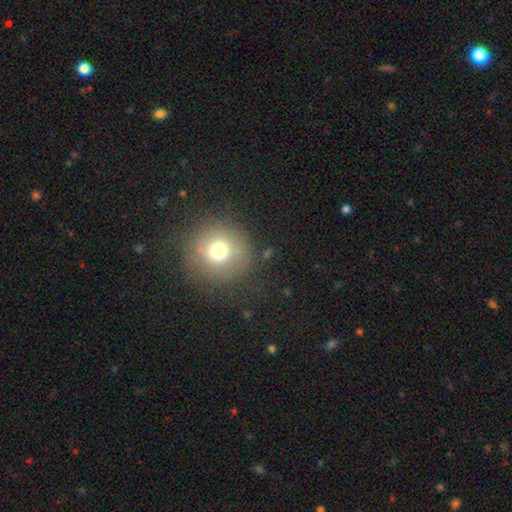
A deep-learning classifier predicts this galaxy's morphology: type=smooth (66%); roundness=round (95%); merging=none (87%).